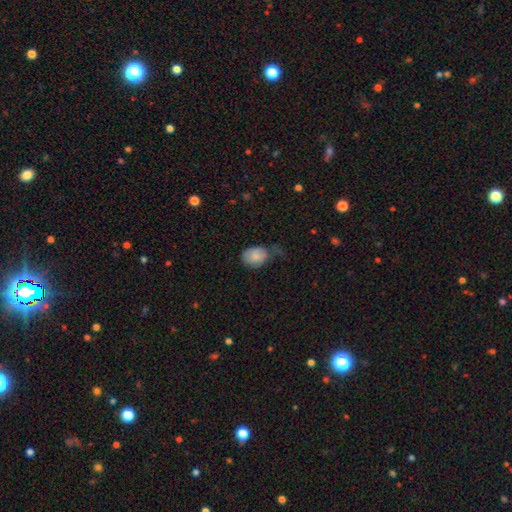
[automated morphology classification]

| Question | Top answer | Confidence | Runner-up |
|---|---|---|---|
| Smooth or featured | smooth | 78% | featured or disk (15%) |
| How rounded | in between | 64% | round (35%) |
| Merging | none | 38% | minor disturbance (37%) |